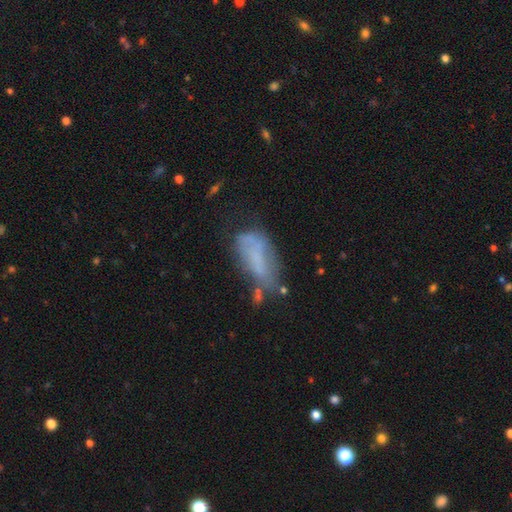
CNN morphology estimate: smooth 51%, featured or disk 37%, star or artifact 12%. Down the decision tree: how rounded — in between (82%); merging — none (34%).